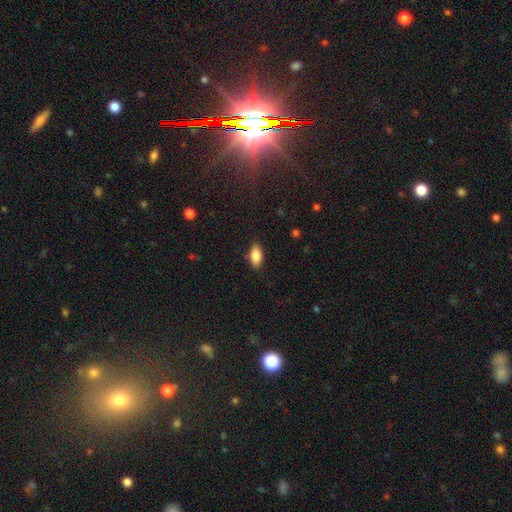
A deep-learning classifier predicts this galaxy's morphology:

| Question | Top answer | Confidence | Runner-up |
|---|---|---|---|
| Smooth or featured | smooth | 85% | star or artifact (7%) |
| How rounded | in between | 90% | cigar-shaped (6%) |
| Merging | none | 85% | minor disturbance (12%) |